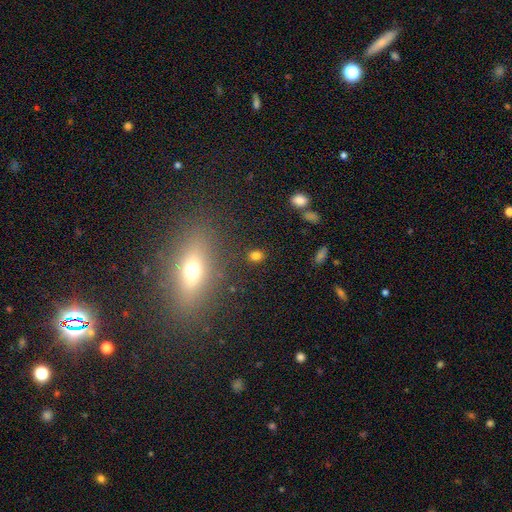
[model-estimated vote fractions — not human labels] This appears to be a smooth galaxy with no disk features (77%) that is round (50%). Merging: none (84%).